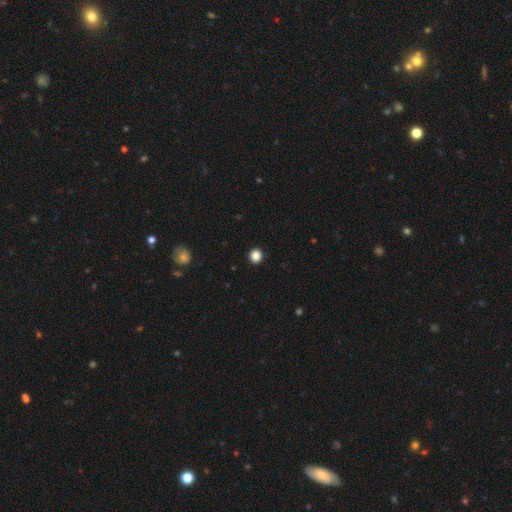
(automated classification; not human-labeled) Morphology: type=smooth (86%); roundness=round (89%); merging=none (93%).